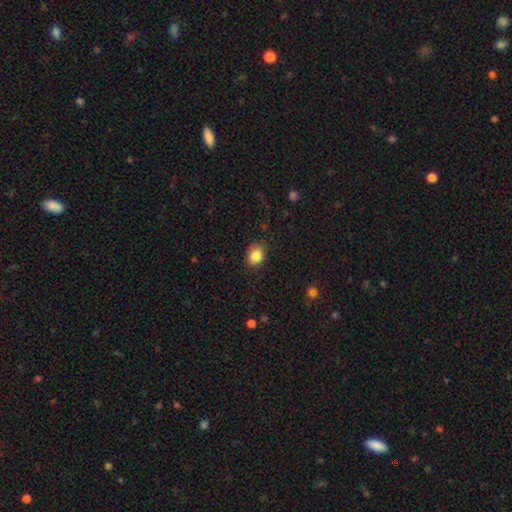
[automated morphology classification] This appears to be a smooth galaxy with no disk features (85%) that is in between round and cigar-shaped (60%). Merging: none (85%).